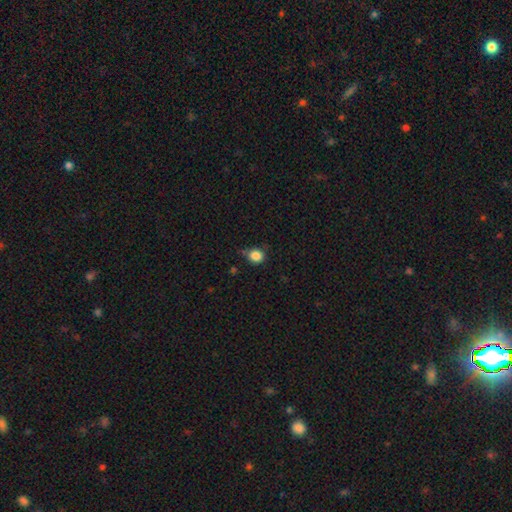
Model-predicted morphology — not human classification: smooth_or_featured: smooth (p=0.85) [alt: star or artifact p=0.11]
how_rounded: round (p=0.79) [alt: in between p=0.20]
merging: none (p=0.69) [alt: minor disturbance p=0.23]